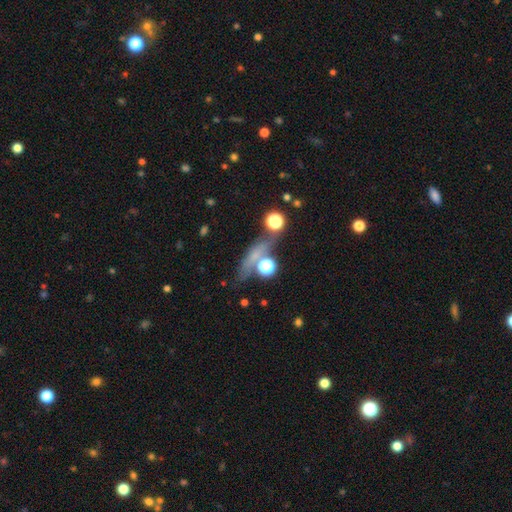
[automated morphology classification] Smooth or featured: smooth — 45% (star or artifact — 29%)
Merging: none — 65% (minor disturbance — 14%)